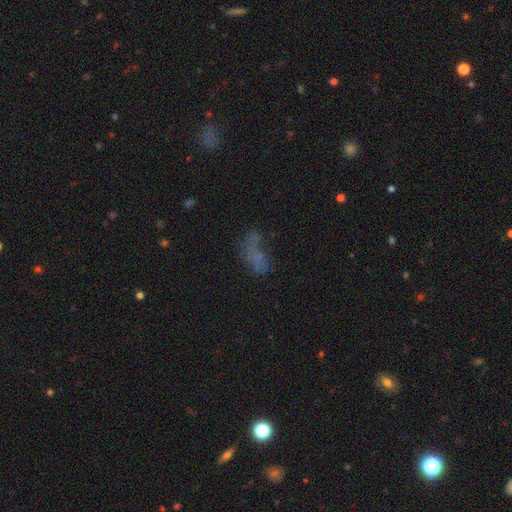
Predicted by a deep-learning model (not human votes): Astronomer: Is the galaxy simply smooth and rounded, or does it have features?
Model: smooth — 48% (runner-up: featured or disk, 28%).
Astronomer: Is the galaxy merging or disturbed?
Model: none — 36% (runner-up: major disturbance, 31%).